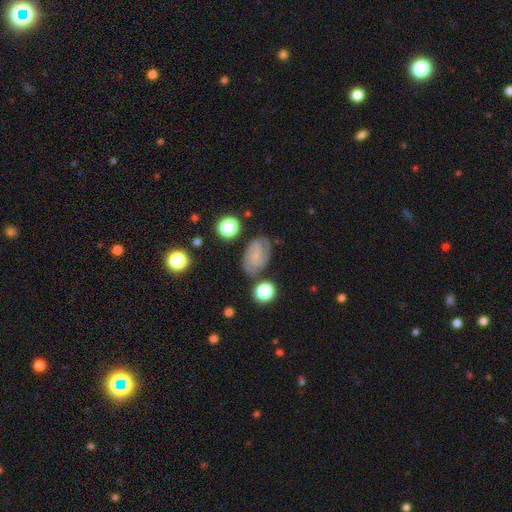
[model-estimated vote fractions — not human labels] Smooth or featured? Predicted: featured or disk (p=0.72). Edge-on disk? Predicted: no (p=0.97). Bar? Predicted: no (p=0.59). Spiral arms? Predicted: yes (p=0.93). Spiral winding? Predicted: tight (p=0.53). Spiral arm count? Predicted: 2 (p=0.61). Bulge size? Predicted: small (p=0.69). Merging? Predicted: none (p=0.73).